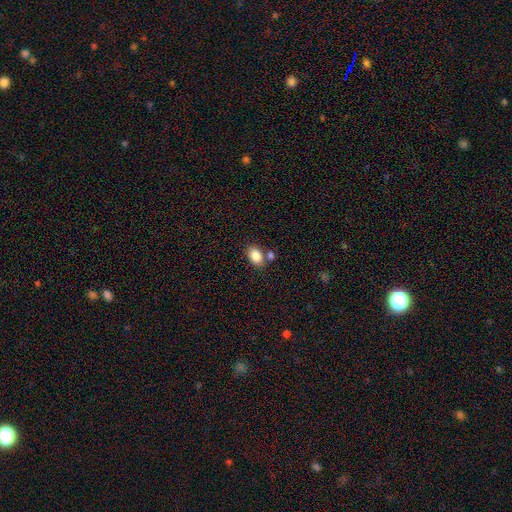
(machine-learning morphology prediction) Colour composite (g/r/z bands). It shows a smooth galaxy with no disk features (86%) that is in between round and cigar-shaped (82%). Merging: none (63%).